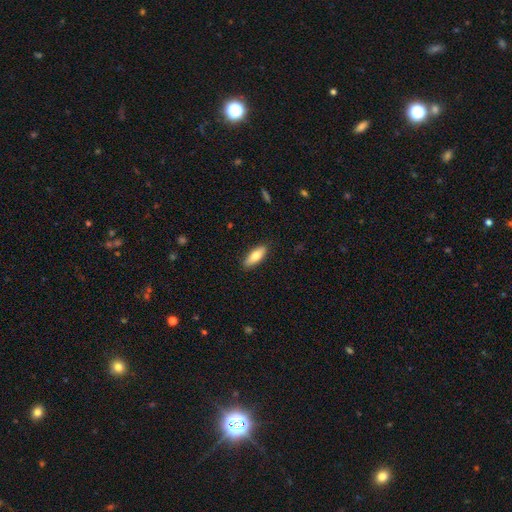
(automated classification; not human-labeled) Smooth or featured?
  - smooth: 78% *
  - featured or disk: 16%
  - star or artifact: 6%
How rounded?
  - in between: 66% *
  - cigar-shaped: 32%
  - round: 2%
Merging?
  - none: 88% *
  - minor disturbance: 9%
  - major disturbance: 2%
  - merger: 1%